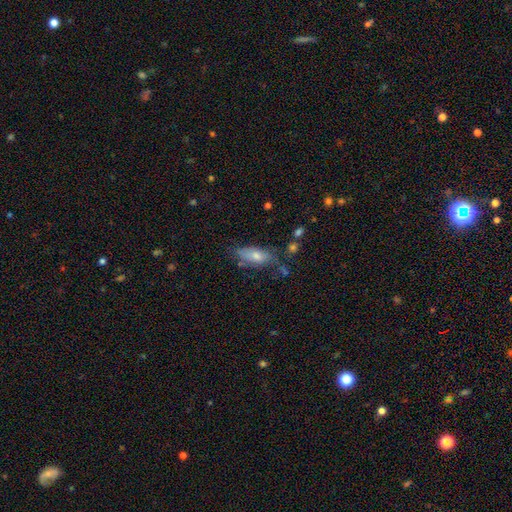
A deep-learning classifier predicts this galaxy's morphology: Smooth or featured?
  - smooth: 54% *
  - featured or disk: 34%
  - star or artifact: 12%
How rounded?
  - in between: 69% *
  - cigar-shaped: 27%
  - round: 4%
Merging?
  - none: 59% *
  - minor disturbance: 25%
  - major disturbance: 10%
  - merger: 6%